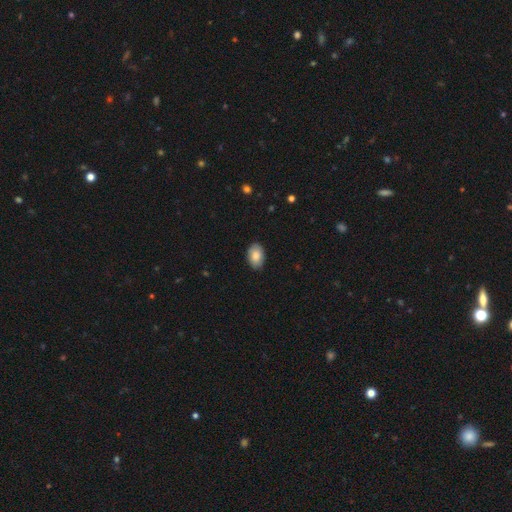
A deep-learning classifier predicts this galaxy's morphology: type=smooth (85%); roundness=in between (88%); merging=none (86%).